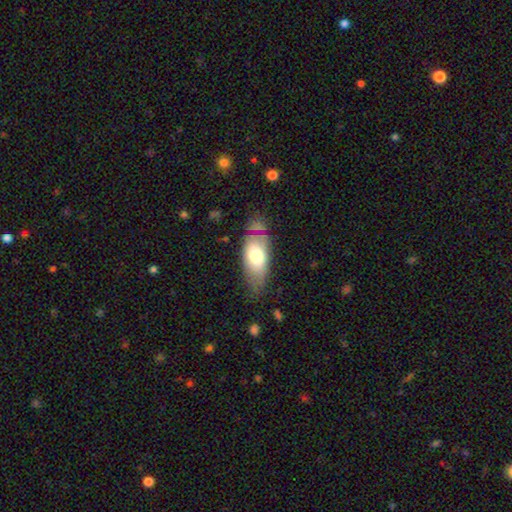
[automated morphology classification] Smooth or featured: smooth — 71% (featured or disk — 21%)
How rounded: in between — 87% (cigar-shaped — 9%)
Merging: none — 53% (minor disturbance — 29%)